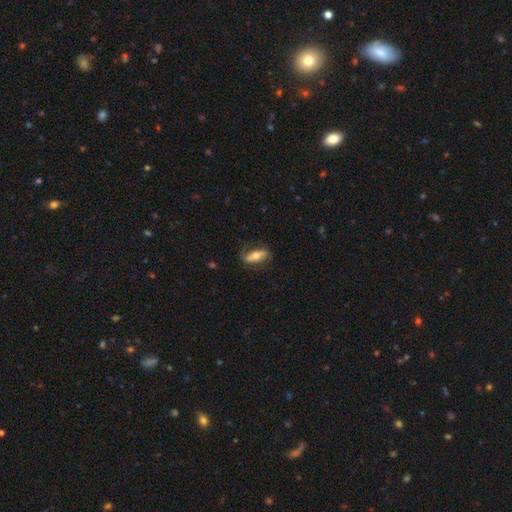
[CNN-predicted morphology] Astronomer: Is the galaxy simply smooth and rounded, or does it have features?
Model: smooth — 53% (runner-up: featured or disk, 41%).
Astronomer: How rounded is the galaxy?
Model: in between — 68%.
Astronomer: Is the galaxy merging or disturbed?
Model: none — 74%.